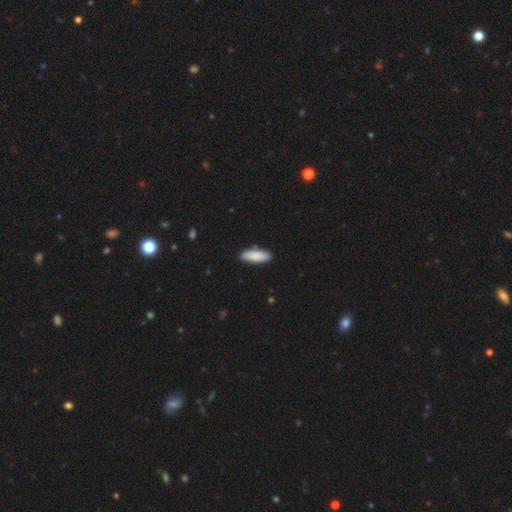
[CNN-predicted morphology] This is clearly a smooth galaxy (88%). How rounded: possibly in between (56%). Merging: clearly none (87%).